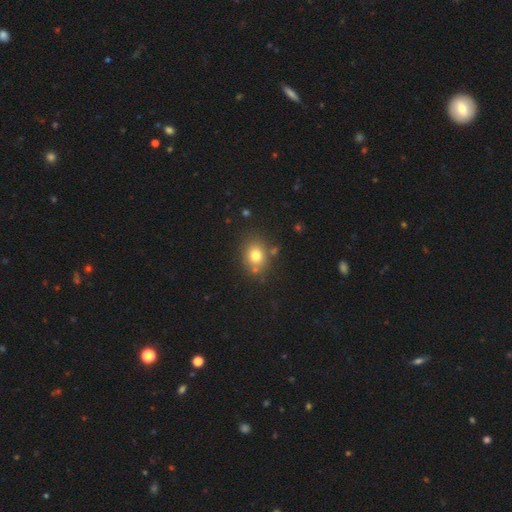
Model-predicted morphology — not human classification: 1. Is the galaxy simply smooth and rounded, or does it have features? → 77% smooth, 13% star or artifact, 11% featured or disk.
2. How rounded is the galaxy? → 54% round, 45% in between, 1% cigar-shaped.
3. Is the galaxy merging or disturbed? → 76% none, 13% minor disturbance, 7% merger, 4% major disturbance.